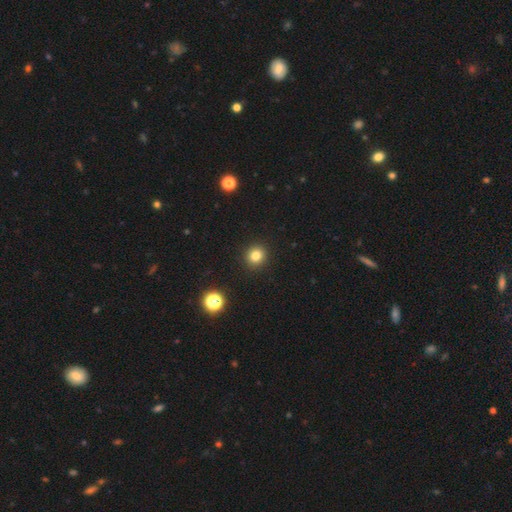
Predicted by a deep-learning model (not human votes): A smooth galaxy with no disk features (81%) that is round (89%). Merging: none (92%).